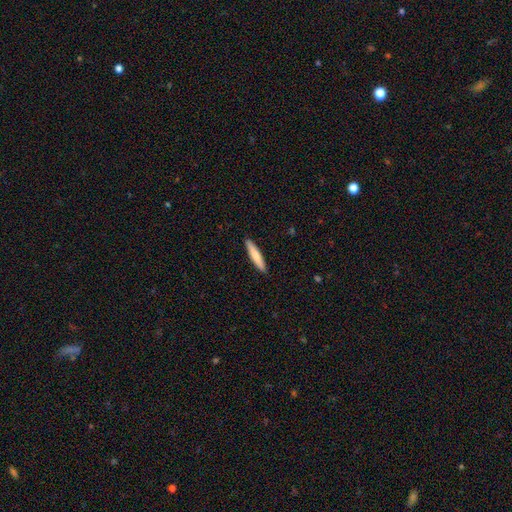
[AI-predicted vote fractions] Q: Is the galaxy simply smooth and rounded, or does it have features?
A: smooth — 72%.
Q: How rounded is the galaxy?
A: cigar-shaped — 90%.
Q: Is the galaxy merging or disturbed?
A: none — 91%.